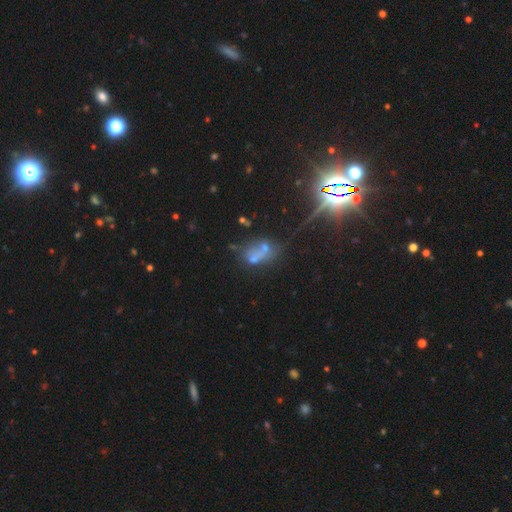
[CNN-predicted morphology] Smooth or featured?
  - star or artifact: 38% *
  - smooth: 35%
  - featured or disk: 27%